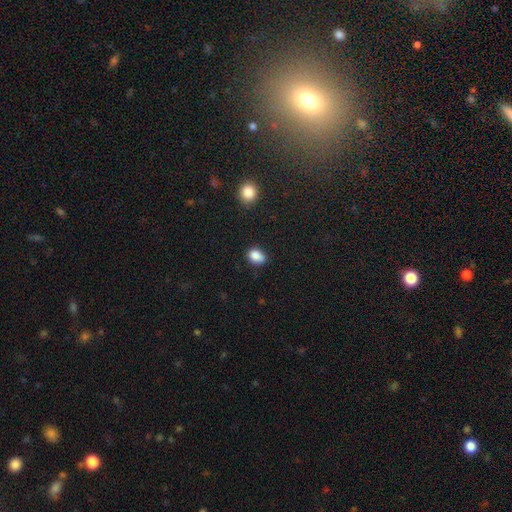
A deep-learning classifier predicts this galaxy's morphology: Smooth or featured? smooth (86%)
How rounded? in between (71%)
Merging? none (75%)